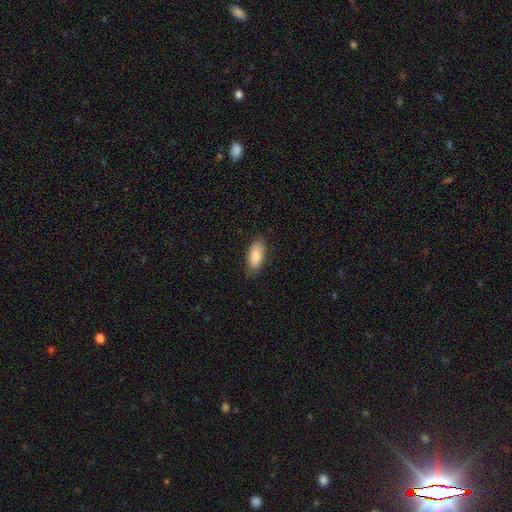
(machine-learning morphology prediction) Smooth or featured: smooth — 87% (featured or disk — 7%)
How rounded: in between — 85% (cigar-shaped — 13%)
Merging: none — 80% (minor disturbance — 16%)